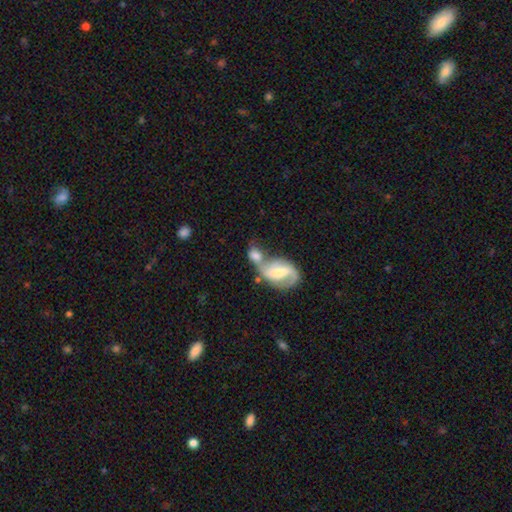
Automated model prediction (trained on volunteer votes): featured or disk 47%, smooth 45%, star or artifact 8%. Down the decision tree: merging — merger (67%).